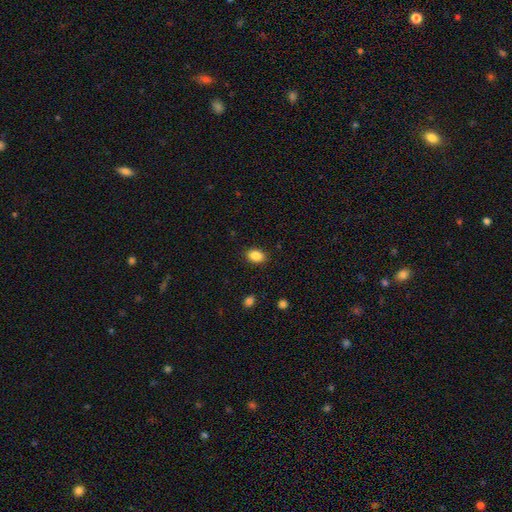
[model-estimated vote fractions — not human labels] smooth_or_featured: smooth (p=0.87) [alt: star or artifact p=0.09]
how_rounded: in between (p=0.78) [alt: round p=0.21]
merging: none (p=0.88) [alt: minor disturbance p=0.09]